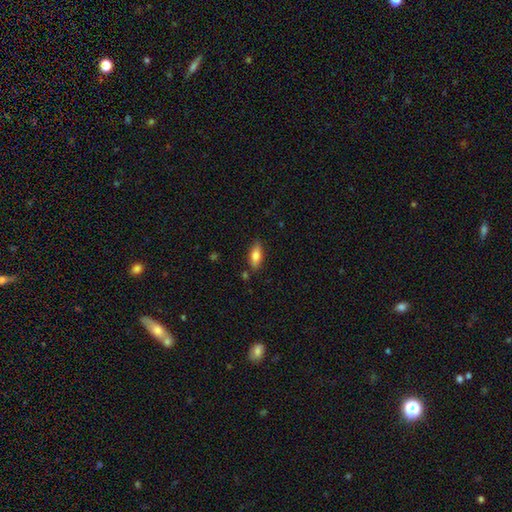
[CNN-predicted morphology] smooth-or-featured: smooth: 78% | featured or disk: 15% | star or artifact: 7%
  how-rounded: in between: 78% | cigar-shaped: 20% | round: 2%
  merging: none: 82% | minor disturbance: 12% | merger: 3% | major disturbance: 2%